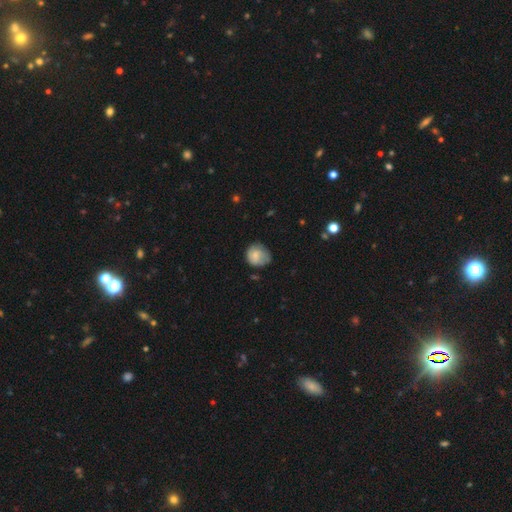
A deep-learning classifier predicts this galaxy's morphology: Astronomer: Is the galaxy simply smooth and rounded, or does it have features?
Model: smooth — 74%.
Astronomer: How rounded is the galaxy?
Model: round — 75%.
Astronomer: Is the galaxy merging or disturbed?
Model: none — 52% (runner-up: minor disturbance, 34%).